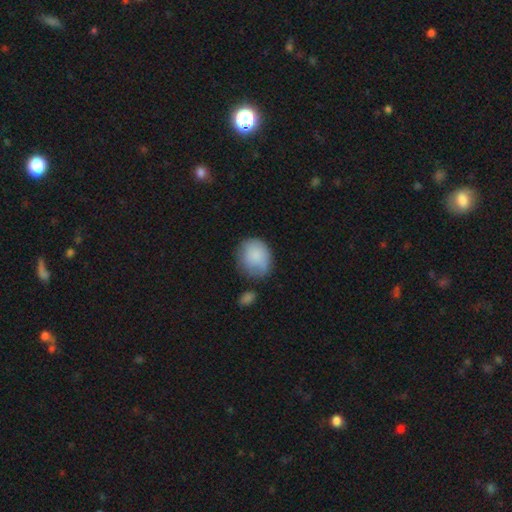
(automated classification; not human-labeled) This is clearly a smooth galaxy (84%). How rounded: likely round (67%). Merging: possibly none (57%).